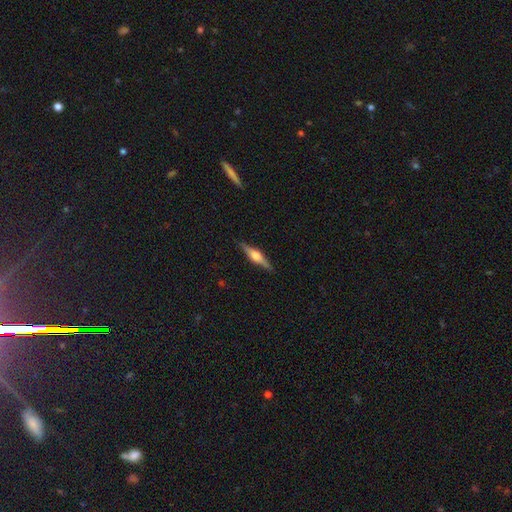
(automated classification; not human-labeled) A featured or disk galaxy (75%) viewed edge-on (98%) with a rounded central bulge (84%).

Vote fractions:
- Smooth or featured? featured or disk: 75% / smooth: 19% / star or artifact: 6%
- Edge-on disk? yes: 98% / no: 2%
- Edge-on bulge? rounded: 84% / boxy: 13% / none: 2%
- Merging? none: 90% / minor disturbance: 8% / major disturbance: 2% / merger: 1%